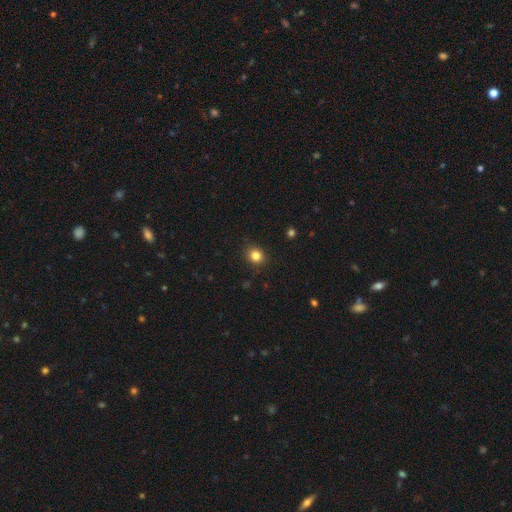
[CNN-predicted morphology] Smooth or featured? Predicted: smooth (p=0.83). How rounded? Predicted: round (p=0.76). Merging? Predicted: none (p=0.88).